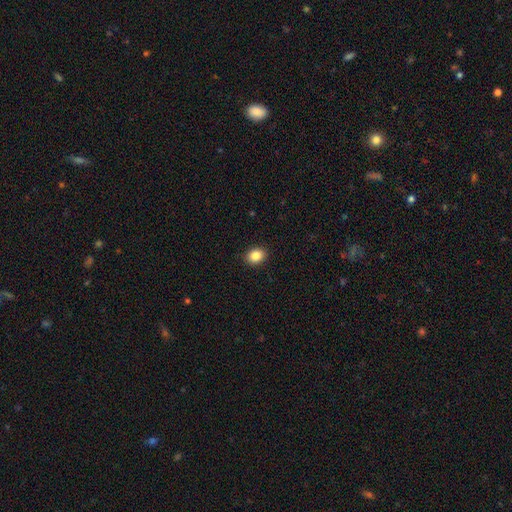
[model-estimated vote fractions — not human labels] A smooth galaxy with no disk features (86%) that is in between round and cigar-shaped (50%).

Vote fractions:
- Smooth or featured? smooth: 86% / star or artifact: 9% / featured or disk: 4%
- How rounded? in between: 50% / round: 49% / cigar-shaped: 1%
- Merging? none: 91% / minor disturbance: 6% / major disturbance: 2% / merger: 1%